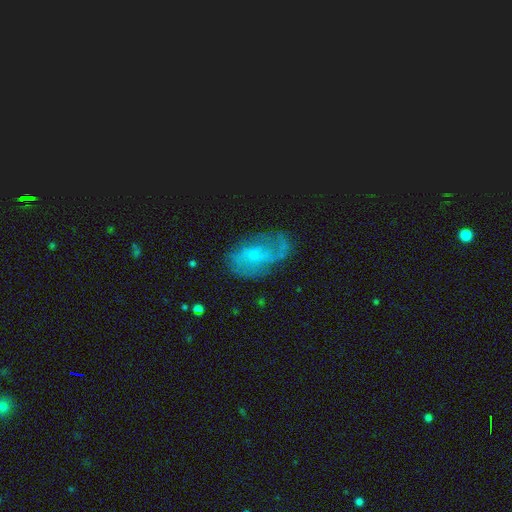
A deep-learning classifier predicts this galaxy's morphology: smooth_or_featured: featured or disk (p=0.66) [alt: smooth p=0.23]
disk_edge_on: no (p=0.96) [alt: yes p=0.04]
bar: no (p=0.55) [alt: weak p=0.38]
has_spiral_arms: yes (p=0.83) [alt: no p=0.17]
spiral_winding: medium (p=0.42) [alt: loose p=0.37]
spiral_arm_count: 2 (p=0.54) [alt: can't tell p=0.20]
bulge_size: small (p=0.54) [alt: moderate p=0.25]
merging: none (p=0.61) [alt: minor disturbance p=0.22]